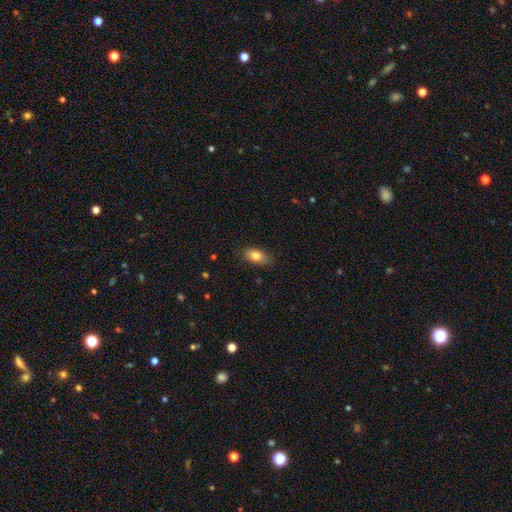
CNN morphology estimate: Smooth or featured? smooth (82%)
How rounded? in between (88%)
Merging? none (82%)